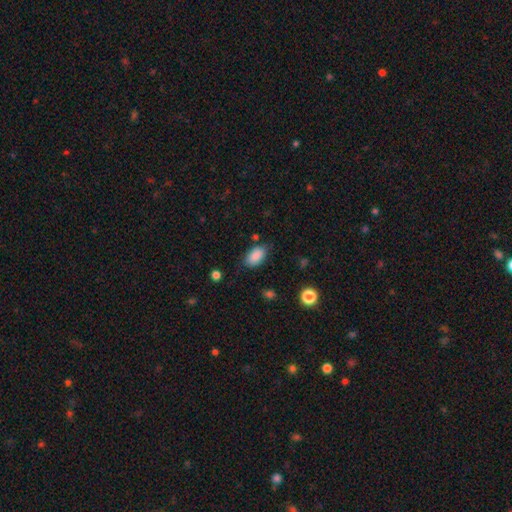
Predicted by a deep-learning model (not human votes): Q: Smooth or featured?
A: smooth (88%); runner-up: star or artifact (7%)
Q: How rounded?
A: in between (92%); runner-up: round (6%)
Q: Merging?
A: none (76%); runner-up: minor disturbance (17%)